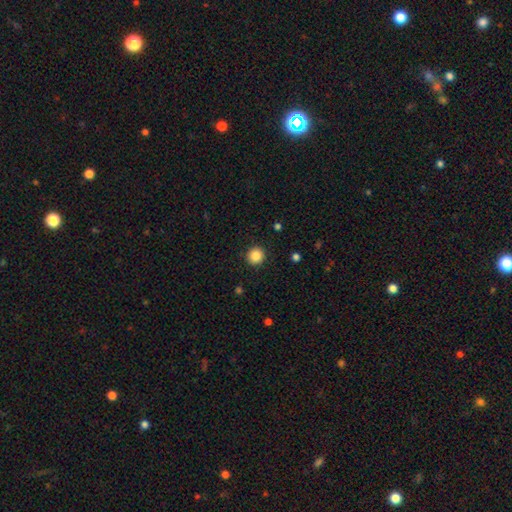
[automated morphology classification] smooth_or_featured: smooth (p=0.86) [alt: star or artifact p=0.10]
how_rounded: round (p=0.95) [alt: in between p=0.04]
merging: none (p=0.92) [alt: minor disturbance p=0.05]